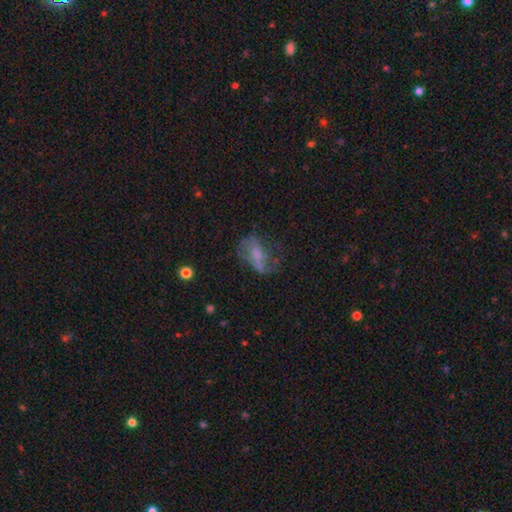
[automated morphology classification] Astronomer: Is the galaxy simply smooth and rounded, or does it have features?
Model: featured or disk — 61%.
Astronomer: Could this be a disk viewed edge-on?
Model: no — 93%.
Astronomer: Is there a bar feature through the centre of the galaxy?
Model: weak — 41% (runner-up: no, 40%).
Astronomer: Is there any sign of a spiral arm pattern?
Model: yes — 77%.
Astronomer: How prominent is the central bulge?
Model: small — 44% (runner-up: moderate, 33%).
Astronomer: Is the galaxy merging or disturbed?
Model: none — 57%.